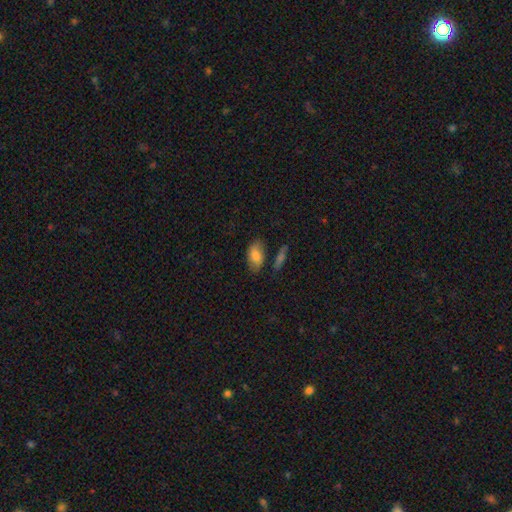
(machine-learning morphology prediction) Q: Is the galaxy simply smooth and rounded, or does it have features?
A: smooth — 79%.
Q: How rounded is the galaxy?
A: in between — 92%.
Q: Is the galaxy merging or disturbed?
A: none — 71%.